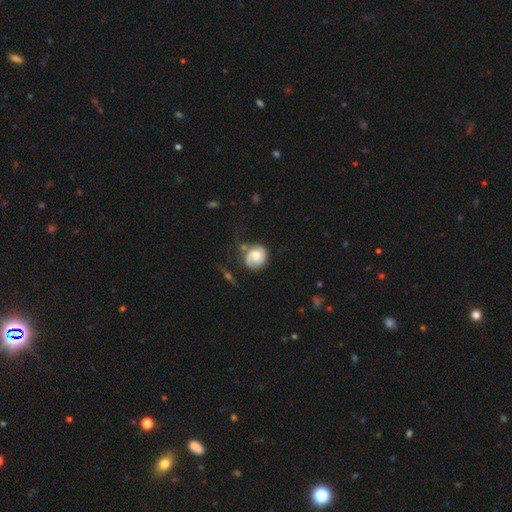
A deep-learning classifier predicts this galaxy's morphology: featured or disk 52%, smooth 41%, star or artifact 7%. Down the decision tree: edge-on disk — no (97%); bar — no (69%); spiral arms — yes (85%); bulge size — moderate (50%); merging — none (54%).